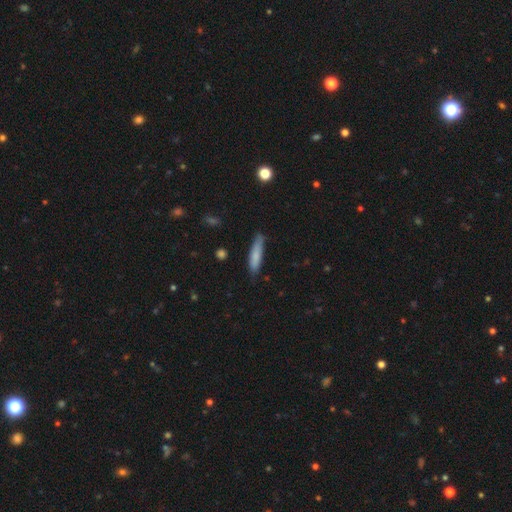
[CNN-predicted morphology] Smooth or featured: smooth — 79% (featured or disk — 14%)
How rounded: cigar-shaped — 81% (in between — 17%)
Merging: none — 74% (minor disturbance — 21%)